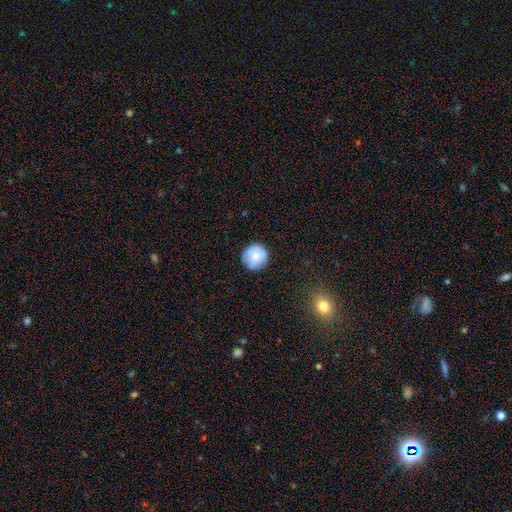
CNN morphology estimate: smooth-or-featured: smooth: 67% | featured or disk: 24% | star or artifact: 8%
  how-rounded: round: 93% | in between: 6% | cigar-shaped: 1%
  merging: none: 79% | minor disturbance: 16% | major disturbance: 4% | merger: 2%